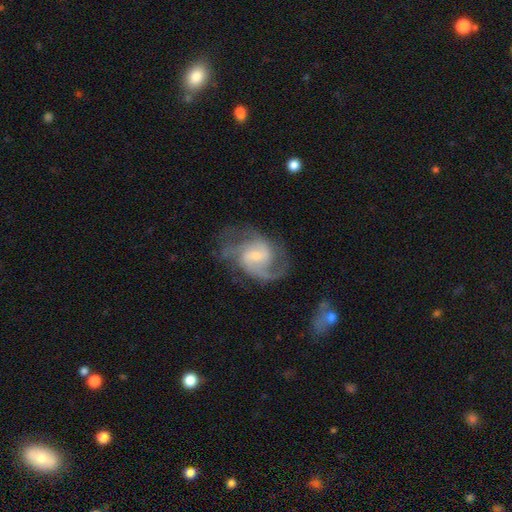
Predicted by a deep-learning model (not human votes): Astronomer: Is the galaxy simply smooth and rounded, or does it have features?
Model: featured or disk — 85%.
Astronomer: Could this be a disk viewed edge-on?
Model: no — 97%.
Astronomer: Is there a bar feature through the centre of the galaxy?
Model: weak — 54% (runner-up: no, 33%).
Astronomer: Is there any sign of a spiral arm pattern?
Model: yes — 95%.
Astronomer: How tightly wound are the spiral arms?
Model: medium — 53%.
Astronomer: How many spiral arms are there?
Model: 2 — 50%.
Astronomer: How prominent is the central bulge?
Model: small — 54% (runner-up: moderate, 37%).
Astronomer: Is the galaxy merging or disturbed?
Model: none — 60%.